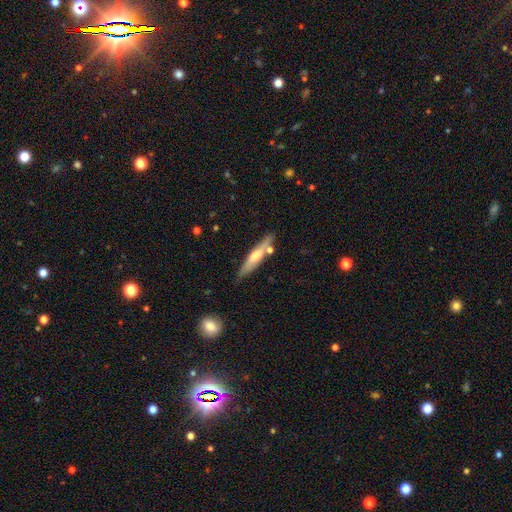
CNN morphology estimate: A featured or disk galaxy (49%). Merging: none (78%).